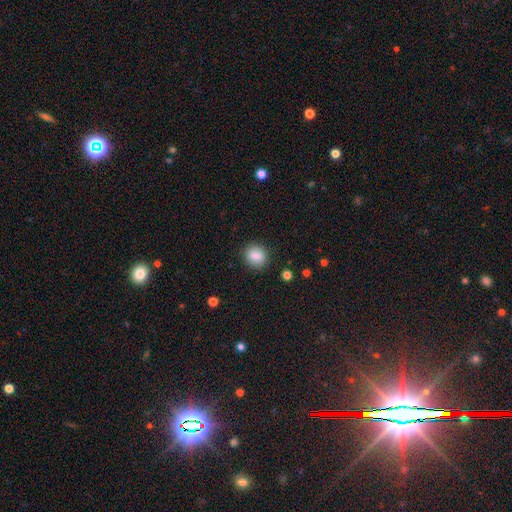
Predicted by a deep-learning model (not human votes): Smooth or featured?
  - smooth: 86% *
  - star or artifact: 9%
  - featured or disk: 5%
How rounded?
  - round: 77% *
  - in between: 22%
  - cigar-shaped: 1%
Merging?
  - none: 88% *
  - minor disturbance: 8%
  - major disturbance: 3%
  - merger: 1%